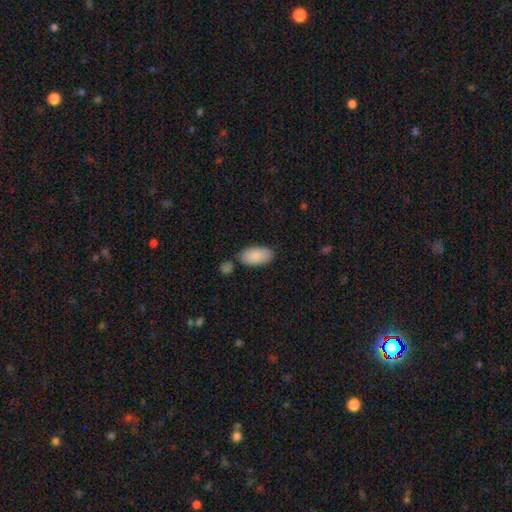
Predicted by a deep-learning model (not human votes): A smooth galaxy with no disk features (89%) that is in between round and cigar-shaped (95%).

Vote fractions:
- Smooth or featured? smooth: 89% / star or artifact: 6% / featured or disk: 5%
- How rounded? in between: 95% / cigar-shaped: 3% / round: 3%
- Merging? none: 74% / minor disturbance: 14% / merger: 8% / major disturbance: 4%